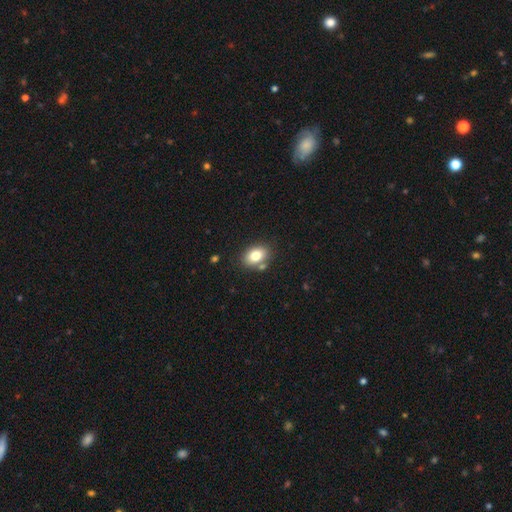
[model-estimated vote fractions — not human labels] Overall: smooth (80%). How rounded: in between (79%). Merging: none (75%).